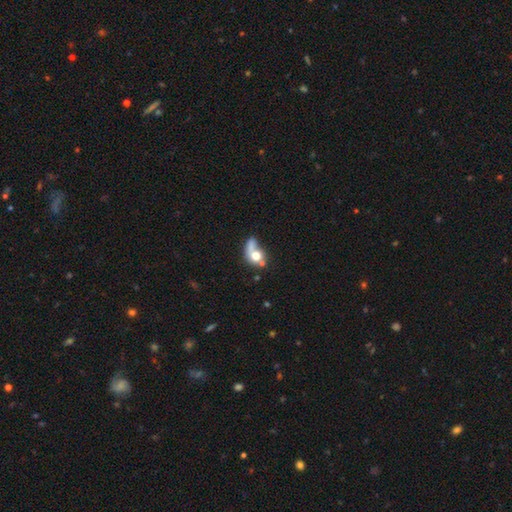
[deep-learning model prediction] A smooth galaxy with no disk features (62%) that is in between round and cigar-shaped (50%).

Vote fractions:
- Smooth or featured? smooth: 62% / featured or disk: 27% / star or artifact: 11%
- How rounded? in between: 50% / round: 47% / cigar-shaped: 3%
- Merging? merger: 35% / major disturbance: 26% / none: 24% / minor disturbance: 15%